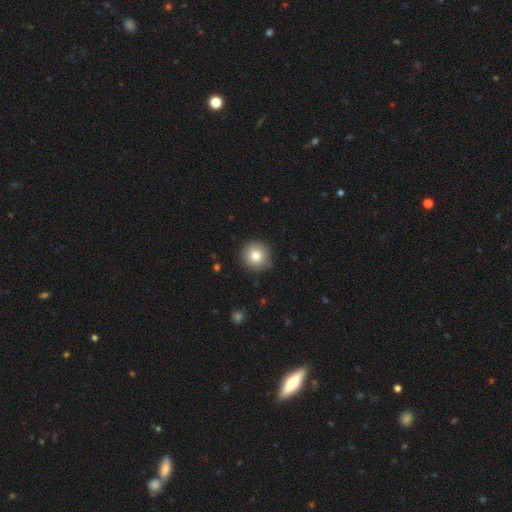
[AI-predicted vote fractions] Overall: smooth (80%). How rounded: round (94%). Merging: none (87%).